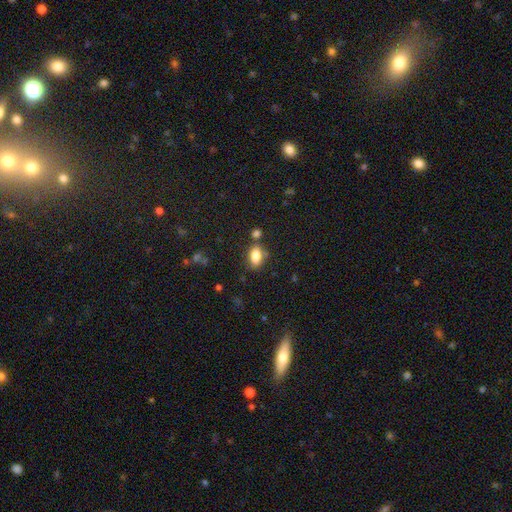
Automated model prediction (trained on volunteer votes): Smooth or featured?
  - smooth: 81% *
  - featured or disk: 10%
  - star or artifact: 9%
How rounded?
  - in between: 87% *
  - round: 8%
  - cigar-shaped: 6%
Merging?
  - none: 71% *
  - minor disturbance: 13%
  - merger: 12%
  - major disturbance: 4%